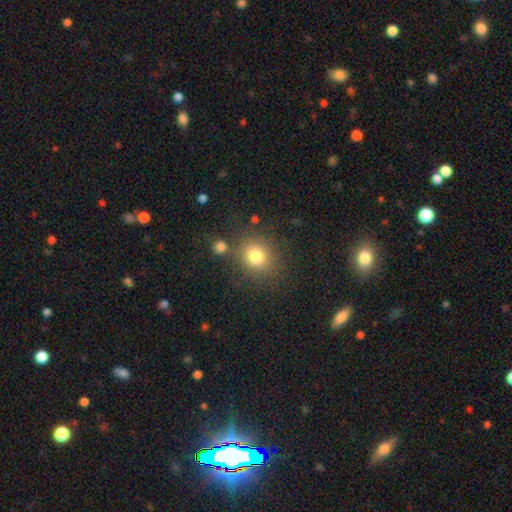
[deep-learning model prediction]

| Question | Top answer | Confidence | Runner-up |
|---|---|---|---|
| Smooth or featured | smooth | 79% | star or artifact (13%) |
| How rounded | round | 82% | in between (17%) |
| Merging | none | 77% | minor disturbance (10%) |